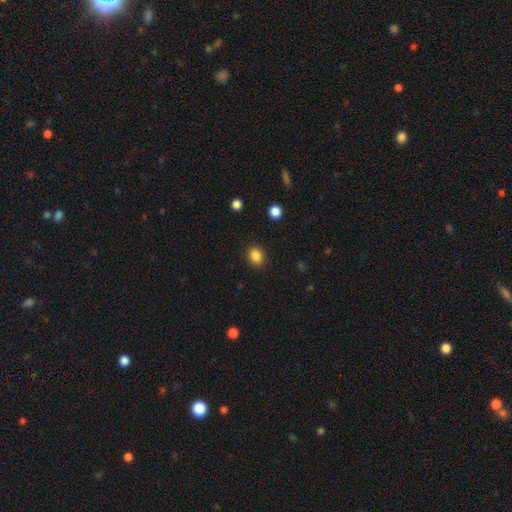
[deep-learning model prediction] A smooth galaxy with no disk features (86%) that is round (59%).

Vote fractions:
- Smooth or featured? smooth: 86% / star or artifact: 11% / featured or disk: 4%
- How rounded? round: 59% / in between: 40% / cigar-shaped: 1%
- Merging? none: 89% / minor disturbance: 7% / major disturbance: 2% / merger: 1%